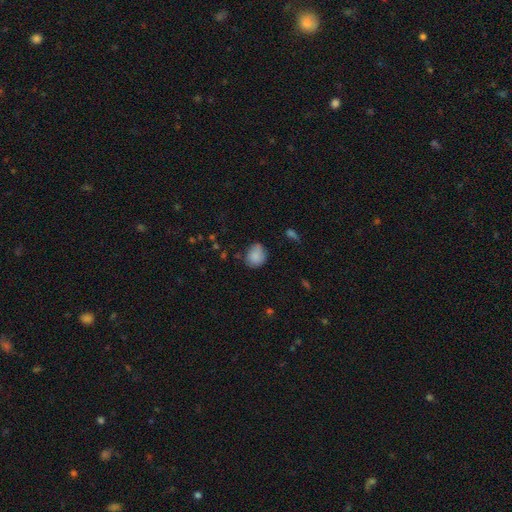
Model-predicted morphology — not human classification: Smooth or featured? smooth (83%)
How rounded? round (68%)
Merging? none (65%)